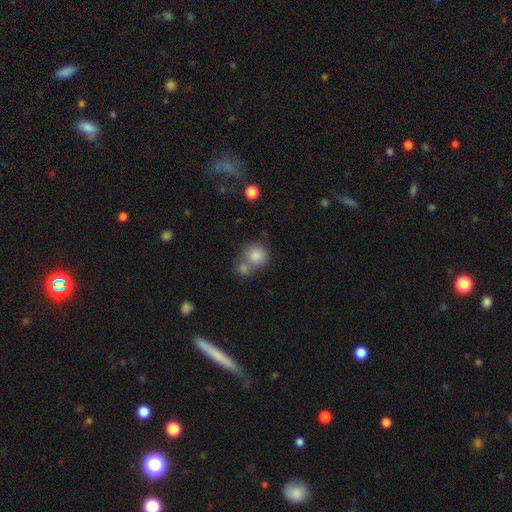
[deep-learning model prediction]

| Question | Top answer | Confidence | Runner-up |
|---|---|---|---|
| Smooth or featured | smooth | 83% | star or artifact (9%) |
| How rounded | round | 83% | in between (16%) |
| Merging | merger | 44% | none (42%) |